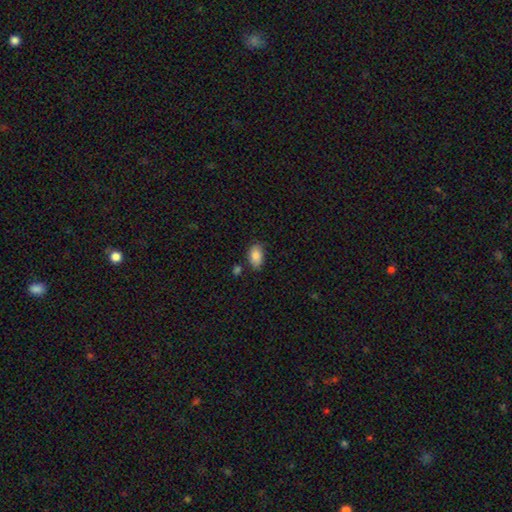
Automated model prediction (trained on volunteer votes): This appears to be a smooth galaxy with no disk features (86%) that is in between round and cigar-shaped (91%). Merging: none (77%).